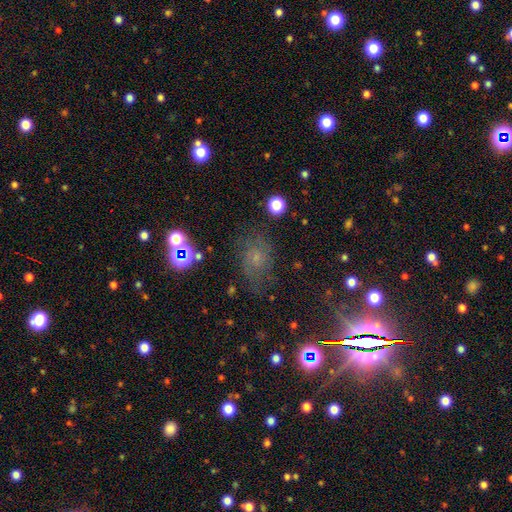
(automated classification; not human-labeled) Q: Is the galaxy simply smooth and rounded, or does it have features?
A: star or artifact — 36%.